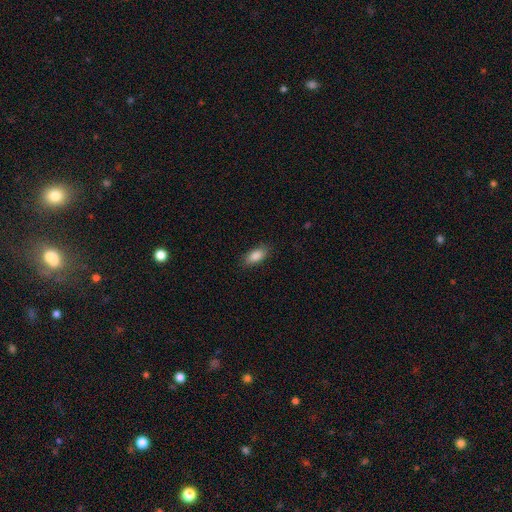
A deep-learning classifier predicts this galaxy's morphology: Smooth or featured? Predicted: smooth (p=0.88). How rounded? Predicted: in between (p=0.89). Merging? Predicted: none (p=0.86).